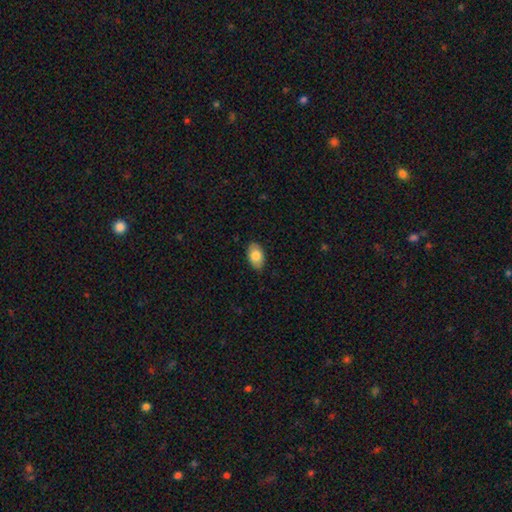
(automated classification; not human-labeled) This is clearly a smooth galaxy (81%). How rounded: clearly in between (92%). Merging: clearly none (86%).